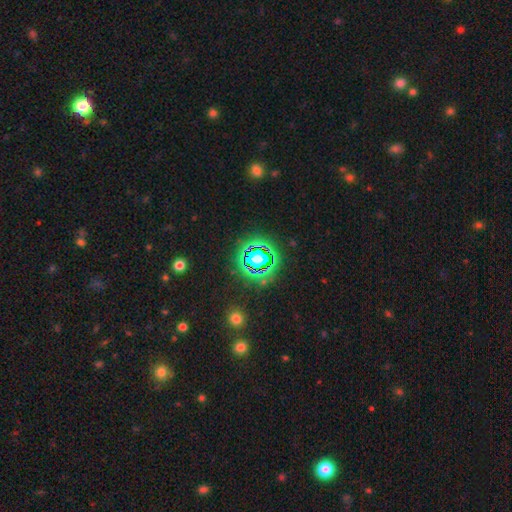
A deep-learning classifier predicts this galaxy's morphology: A star or artifact, not a galaxy (71%).